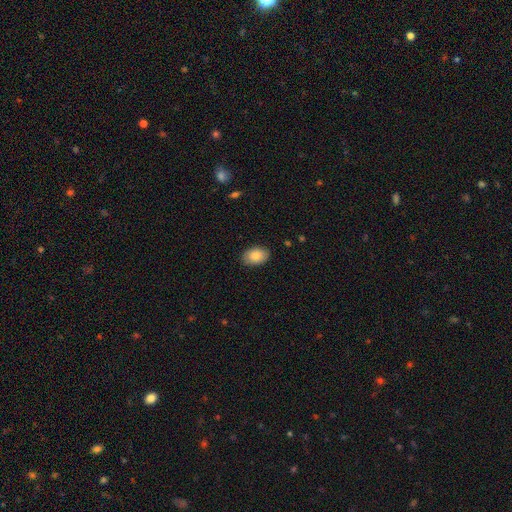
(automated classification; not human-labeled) Smooth or featured? Predicted: smooth (p=0.83). How rounded? Predicted: in between (p=0.86). Merging? Predicted: none (p=0.86).